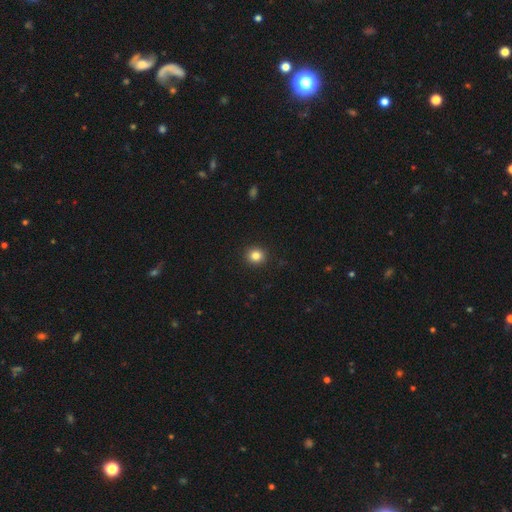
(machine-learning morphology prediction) A smooth galaxy with no disk features (84%) that is round (88%).

Vote fractions:
- Smooth or featured? smooth: 84% / star or artifact: 11% / featured or disk: 5%
- How rounded? round: 88% / in between: 11% / cigar-shaped: 1%
- Merging? none: 92% / minor disturbance: 5% / major disturbance: 2% / merger: 1%